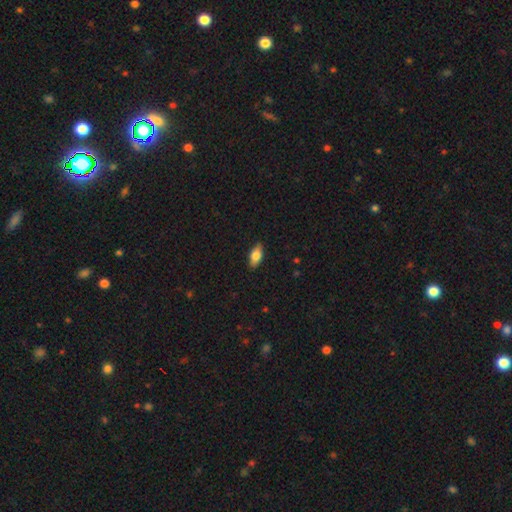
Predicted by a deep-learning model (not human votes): Morphology: type=smooth (78%); roundness=in between (87%); merging=none (88%).